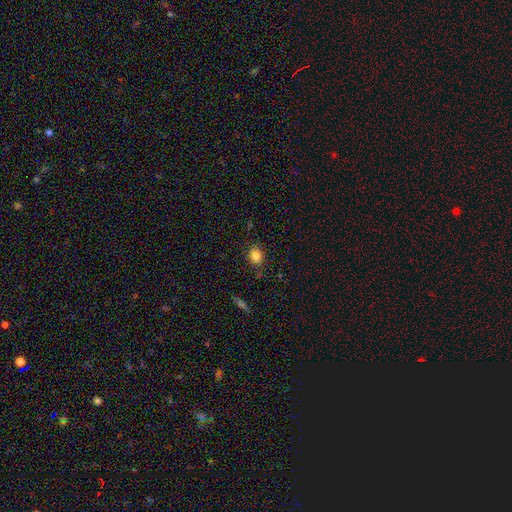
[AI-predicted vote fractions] smooth 84%, star or artifact 11%, featured or disk 5%. Down the decision tree: how rounded — round (60%); merging — none (84%).